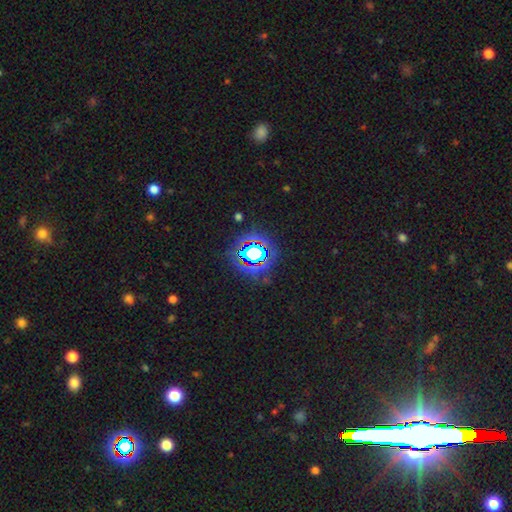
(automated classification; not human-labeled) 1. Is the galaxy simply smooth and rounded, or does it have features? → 76% star or artifact, 15% smooth, 9% featured or disk.